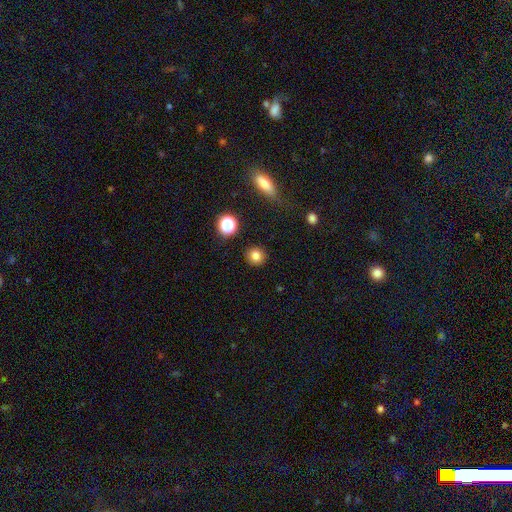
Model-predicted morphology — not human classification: type=smooth (81%); roundness=round (90%); merging=none (90%).